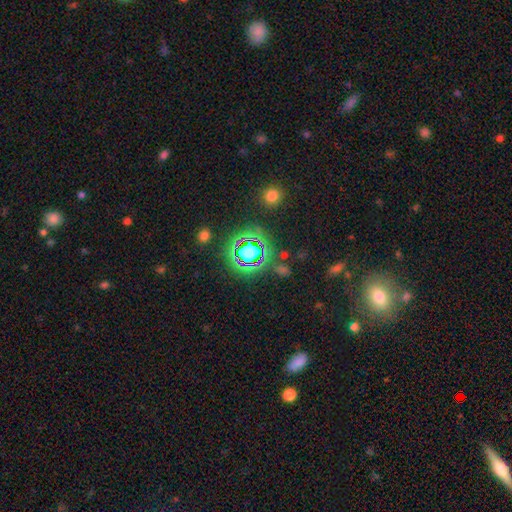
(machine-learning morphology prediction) smooth_or_featured: star or artifact (p=0.74) [alt: smooth p=0.17]